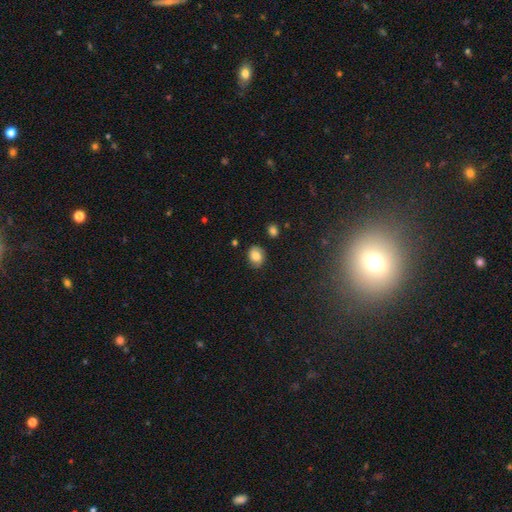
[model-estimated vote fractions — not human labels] Morphology: type=smooth (79%); roundness=round (55%); merging=none (82%).